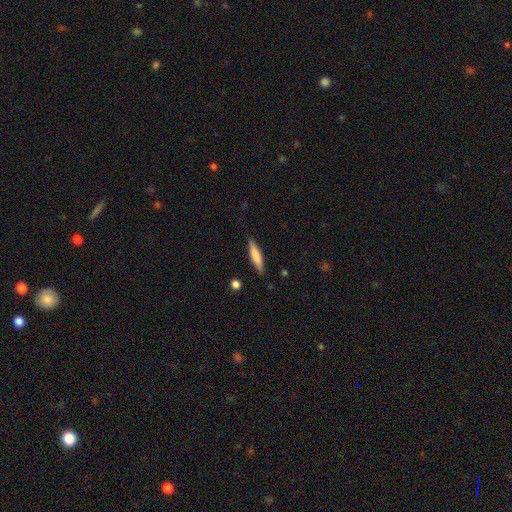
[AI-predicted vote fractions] Q: Smooth or featured?
A: smooth (70%); runner-up: featured or disk (24%)
Q: How rounded?
A: cigar-shaped (84%); runner-up: in between (15%)
Q: Merging?
A: none (88%); runner-up: minor disturbance (9%)